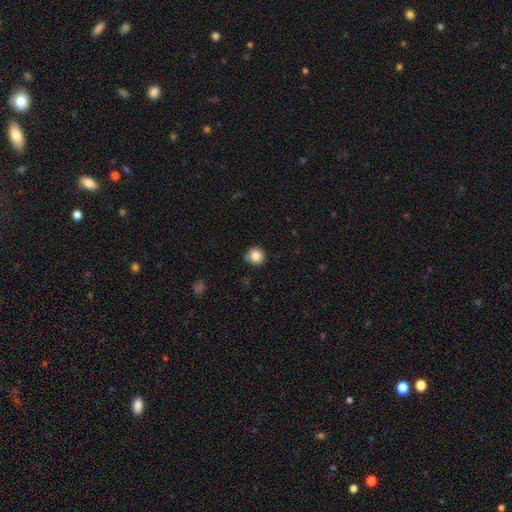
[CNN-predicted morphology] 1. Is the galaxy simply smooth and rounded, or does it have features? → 84% smooth, 10% star or artifact, 6% featured or disk.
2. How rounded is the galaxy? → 93% round, 6% in between, 1% cigar-shaped.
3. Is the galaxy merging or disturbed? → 83% none, 13% minor disturbance, 2% major disturbance, 1% merger.